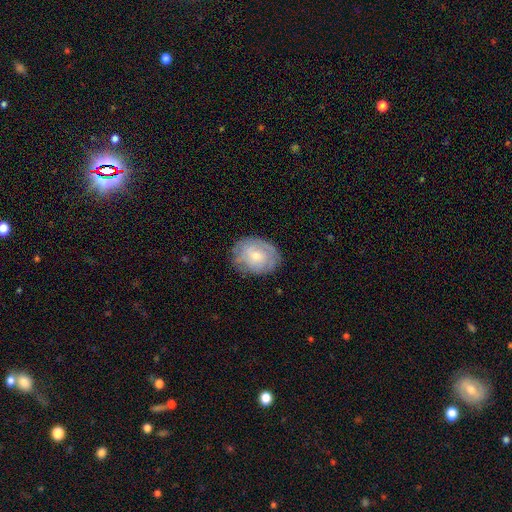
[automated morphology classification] type=smooth (53%); roundness=in between (51%); merging=none (75%).